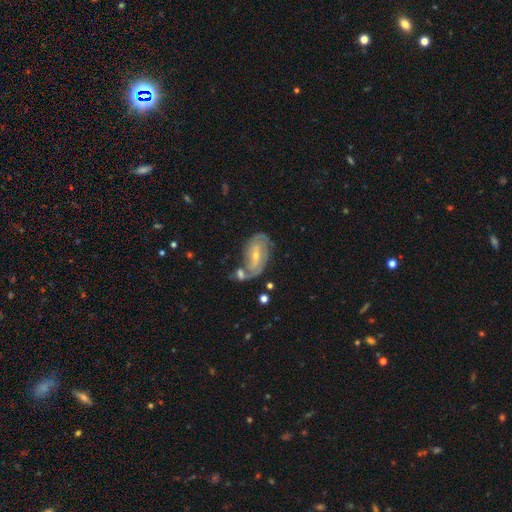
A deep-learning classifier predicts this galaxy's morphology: This is likely a featured or disk galaxy (78%). It is clearly not viewed edge-on (95%). Bar: possibly weak (46%). Spiral arm pattern: clearly yes (91%). Spiral arm count: possibly 2 (59%). Spiral winding: marginally tight (44%). Central bulge: likely small (61%). Merging: possibly none (52%).